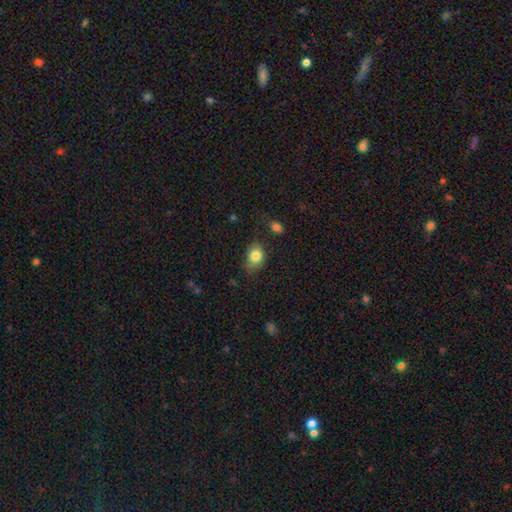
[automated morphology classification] Q: Smooth or featured?
A: smooth (82%); runner-up: star or artifact (9%)
Q: How rounded?
A: in between (61%); runner-up: round (38%)
Q: Merging?
A: none (62%); runner-up: minor disturbance (28%)